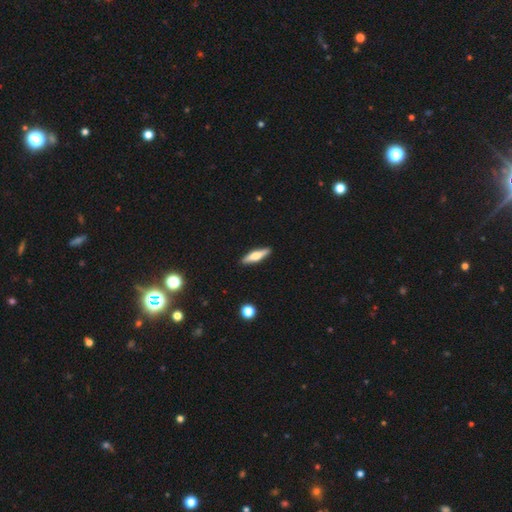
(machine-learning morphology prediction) smooth_or_featured: featured or disk (p=0.48) [alt: smooth p=0.47]
merging: none (p=0.90) [alt: minor disturbance p=0.07]